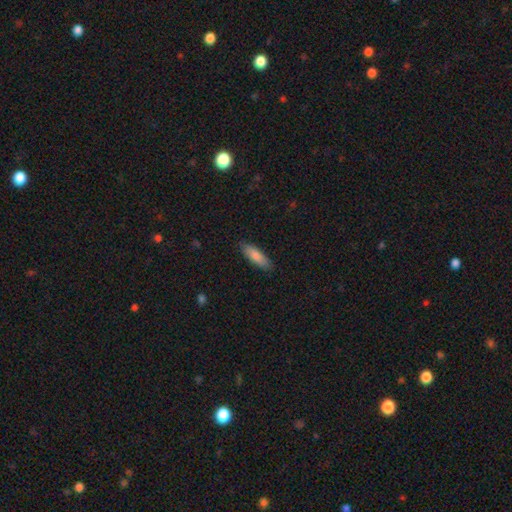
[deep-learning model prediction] Q: Smooth or featured?
A: smooth (84%); runner-up: featured or disk (10%)
Q: How rounded?
A: cigar-shaped (50%); runner-up: in between (48%)
Q: Merging?
A: none (87%); runner-up: minor disturbance (10%)